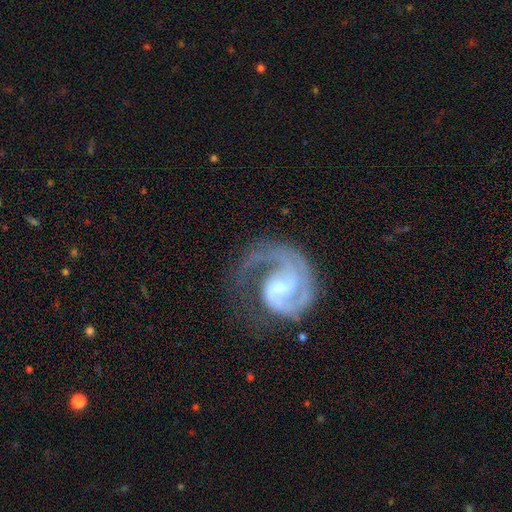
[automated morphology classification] The model was most divided on "spiral winding": medium: 49%, tight: 40%, loose: 11%. Remaining: edge-on disk — no (98%); spiral arms — yes (98%); smooth or featured — featured or disk (90%); spiral arm count — 2 (68%); merging — none (63%); bulge size — small (50%); bar — weak (50%).